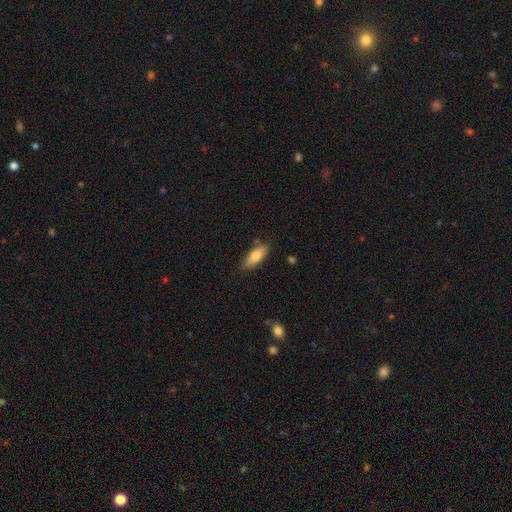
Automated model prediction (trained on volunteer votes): A smooth galaxy with no disk features (78%) that is in between round and cigar-shaped (70%).

Vote fractions:
- Smooth or featured? smooth: 78% / featured or disk: 15% / star or artifact: 6%
- How rounded? in between: 70% / cigar-shaped: 28% / round: 2%
- Merging? none: 80% / minor disturbance: 15% / major disturbance: 3% / merger: 2%